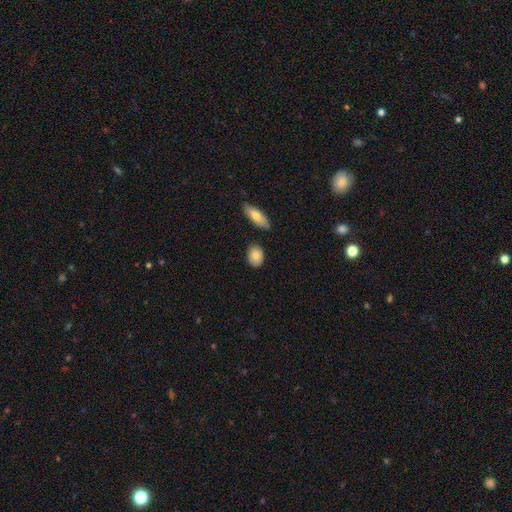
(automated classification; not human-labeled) Morphology: type=smooth (82%); roundness=in between (64%); merging=none (81%).